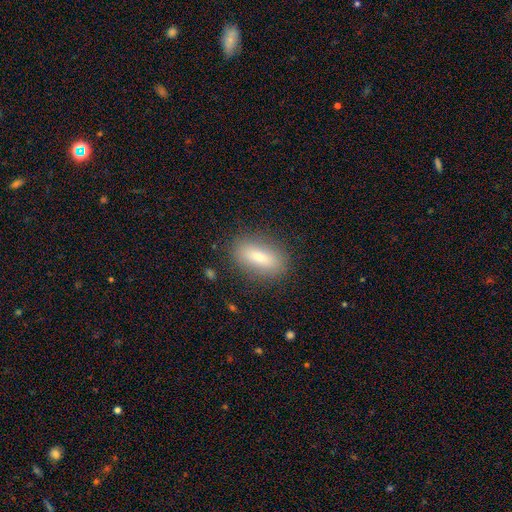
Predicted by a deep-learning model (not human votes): Q: Smooth or featured?
A: smooth (75%); runner-up: featured or disk (15%)
Q: How rounded?
A: in between (76%); runner-up: cigar-shaped (19%)
Q: Merging?
A: none (87%); runner-up: minor disturbance (9%)